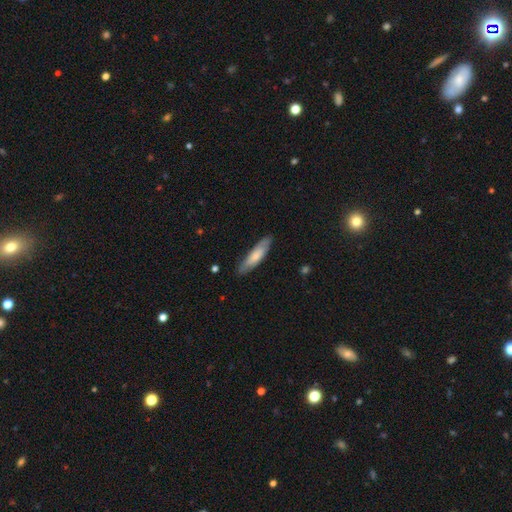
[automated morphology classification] type=smooth (66%); roundness=cigar-shaped (70%); merging=none (83%).